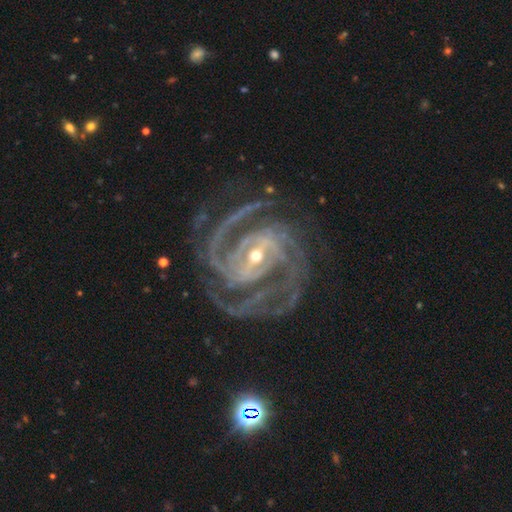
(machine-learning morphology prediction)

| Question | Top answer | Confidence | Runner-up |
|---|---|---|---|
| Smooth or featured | featured or disk | 93% | star or artifact (5%) |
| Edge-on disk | no | 97% | yes (3%) |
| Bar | strong | 52% | weak (32%) |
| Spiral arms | yes | 99% | no (1%) |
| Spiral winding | tight | 63% | medium (33%) |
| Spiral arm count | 3 | 33% | 2 (23%) |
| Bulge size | small | 62% | moderate (34%) |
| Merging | none | 73% | minor disturbance (15%) |